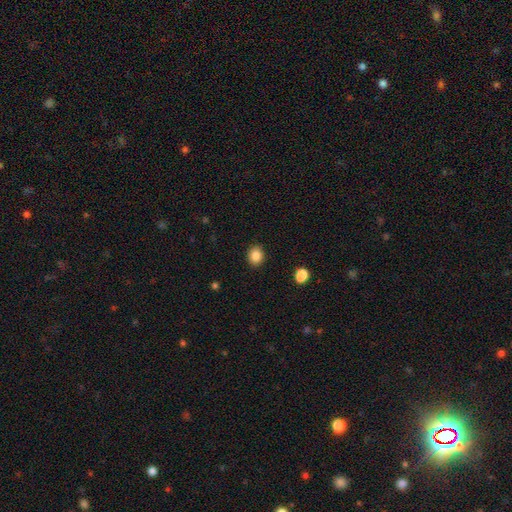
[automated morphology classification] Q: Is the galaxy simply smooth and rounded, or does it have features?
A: smooth — 86%.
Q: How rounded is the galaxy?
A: round — 65%.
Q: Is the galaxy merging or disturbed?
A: none — 90%.